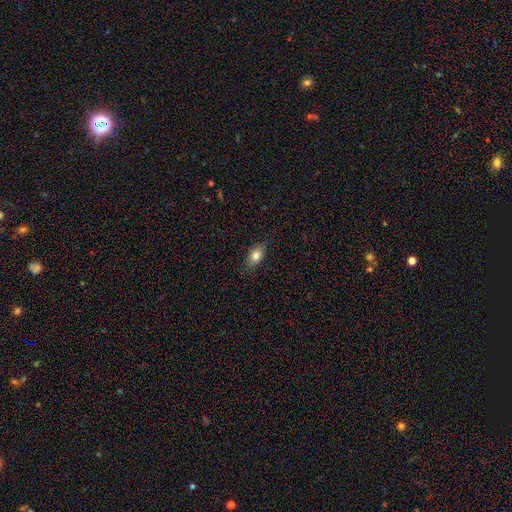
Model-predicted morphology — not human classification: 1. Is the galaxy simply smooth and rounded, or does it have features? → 79% smooth, 12% featured or disk, 9% star or artifact.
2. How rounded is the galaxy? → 83% in between, 11% round, 6% cigar-shaped.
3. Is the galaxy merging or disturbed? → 81% none, 15% minor disturbance, 3% major disturbance, 1% merger.